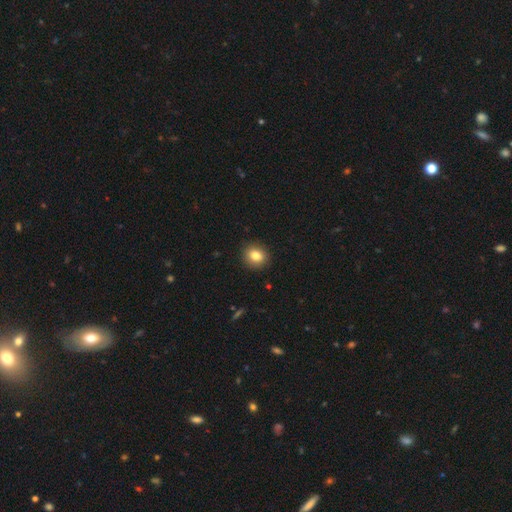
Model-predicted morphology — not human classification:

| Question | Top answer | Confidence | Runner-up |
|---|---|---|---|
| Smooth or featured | smooth | 82% | star or artifact (10%) |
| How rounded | round | 76% | in between (23%) |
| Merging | none | 91% | minor disturbance (7%) |